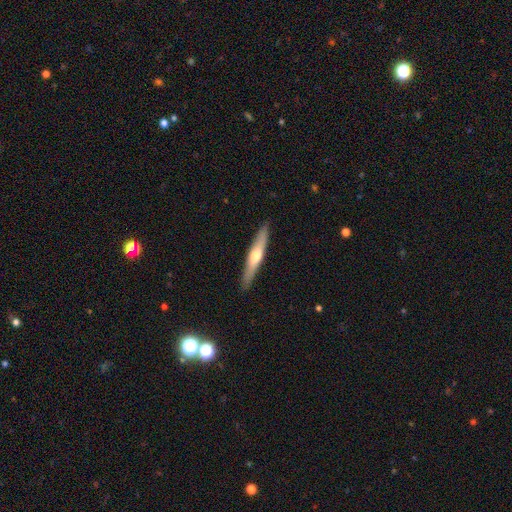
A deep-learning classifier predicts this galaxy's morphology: A featured or disk galaxy (51%) viewed edge-on (94%).

Vote fractions:
- Smooth or featured? featured or disk: 51% / smooth: 44% / star or artifact: 5%
- Edge-on disk? yes: 94% / no: 6%
- Merging? none: 90% / minor disturbance: 8% / major disturbance: 2% / merger: 1%